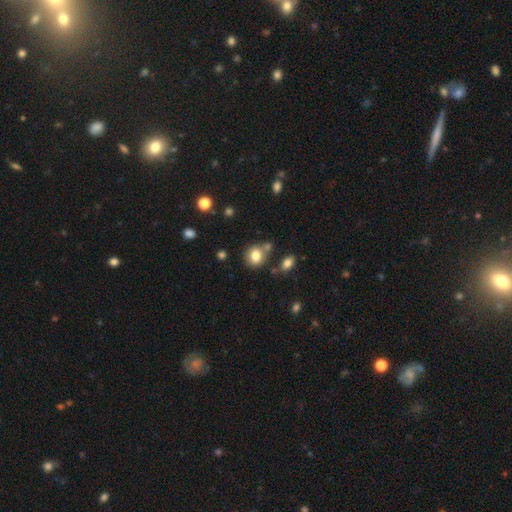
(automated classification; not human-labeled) Overall: smooth (81%). How rounded: round (75%). Merging: none (67%).